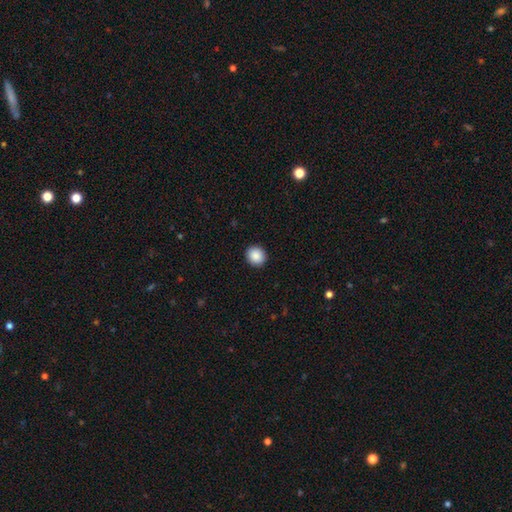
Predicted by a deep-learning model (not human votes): A smooth galaxy with no disk features (89%) that is round (84%). Merging: none (92%).